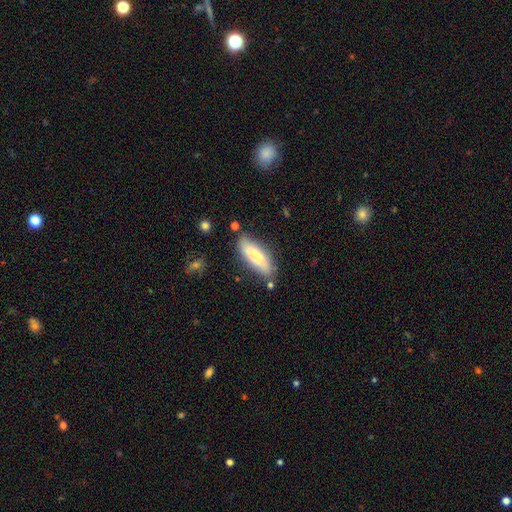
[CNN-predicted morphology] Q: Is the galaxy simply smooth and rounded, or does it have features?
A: smooth — 68%.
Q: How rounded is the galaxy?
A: in between — 57%.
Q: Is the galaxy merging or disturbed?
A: none — 69%.